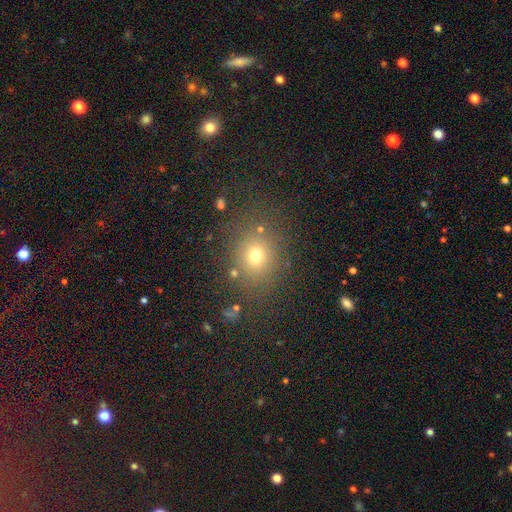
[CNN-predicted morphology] smooth-or-featured: smooth: 69% | star or artifact: 21% | featured or disk: 10%
  how-rounded: round: 67% | in between: 32% | cigar-shaped: 1%
  merging: none: 80% | minor disturbance: 11% | major disturbance: 5% | merger: 4%